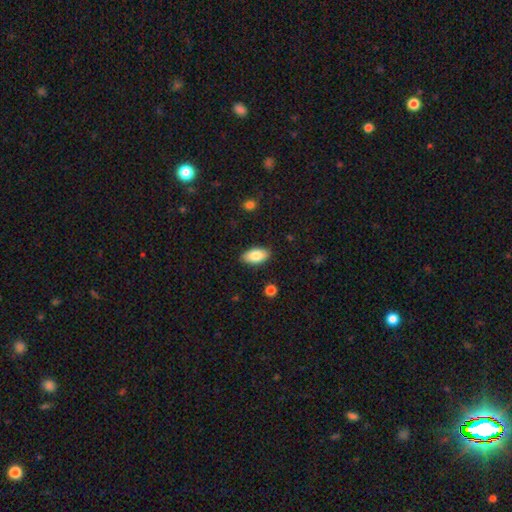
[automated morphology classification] Overall: smooth (83%). How rounded: in between (93%). Merging: none (88%).